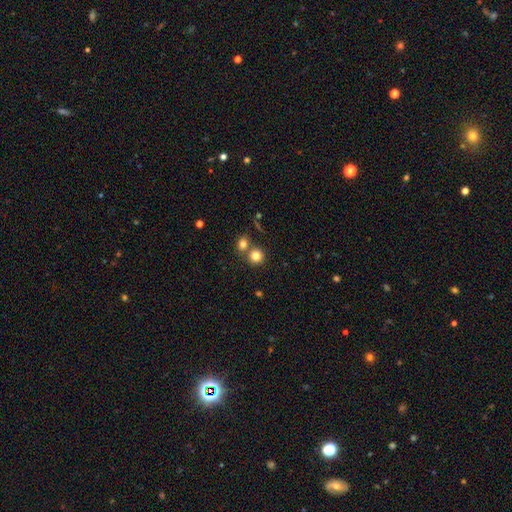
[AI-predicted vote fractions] Overall: smooth (80%). How rounded: round (88%). Merging: none (59%; merger 31%).